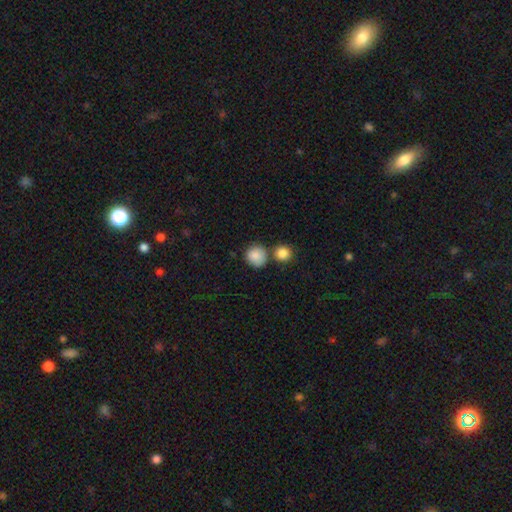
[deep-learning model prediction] A smooth galaxy with no disk features (87%) that is round (89%).

Vote fractions:
- Smooth or featured? smooth: 87% / star or artifact: 8% / featured or disk: 5%
- How rounded? round: 89% / in between: 10% / cigar-shaped: 1%
- Merging? none: 63% / merger: 21% / minor disturbance: 12% / major disturbance: 4%